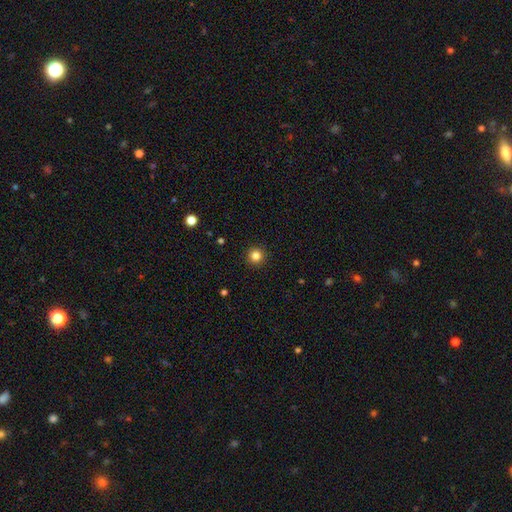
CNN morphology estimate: Smooth or featured: smooth — 83% (star or artifact — 12%)
How rounded: round — 95% (in between — 4%)
Merging: none — 92% (minor disturbance — 5%)